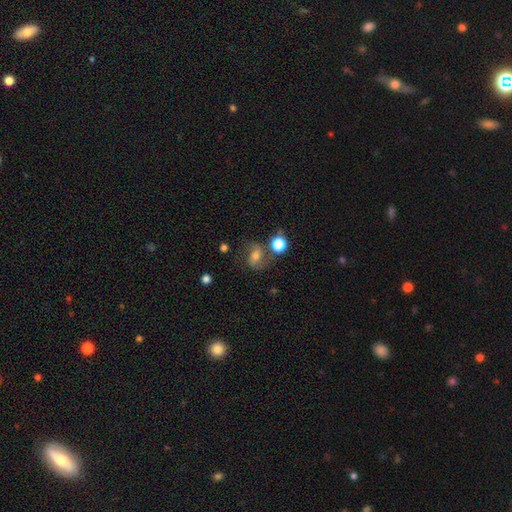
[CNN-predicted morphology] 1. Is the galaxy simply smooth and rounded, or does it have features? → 47% featured or disk, 39% smooth, 13% star or artifact.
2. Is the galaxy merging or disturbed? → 61% none, 18% minor disturbance, 12% merger, 9% major disturbance.